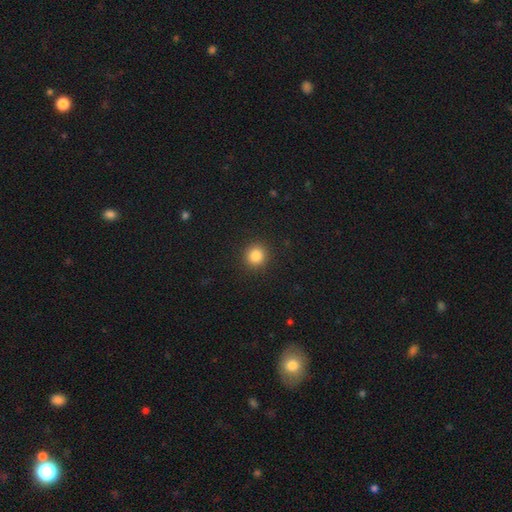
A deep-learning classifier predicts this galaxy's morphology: This appears to be a smooth galaxy with no disk features (84%) that is round (92%). Merging: none (92%).